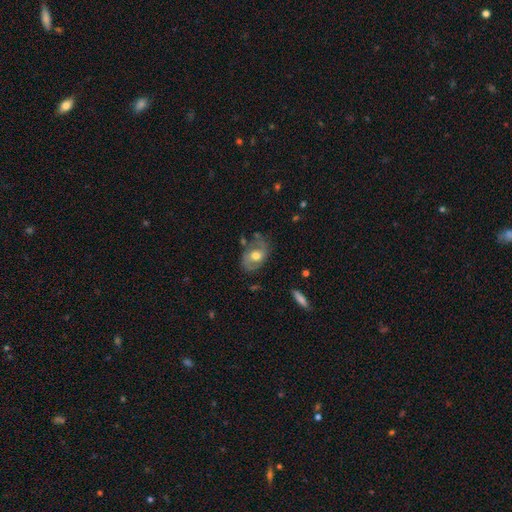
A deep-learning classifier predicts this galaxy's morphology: Smooth or featured: featured or disk — 57% (smooth — 36%)
Edge-on disk: no — 93% (yes — 7%)
Bar: no — 61% (weak — 30%)
Spiral arms: yes — 63% (no — 37%)
Bulge size: moderate — 70% (large — 19%)
Merging: none — 68% (minor disturbance — 21%)